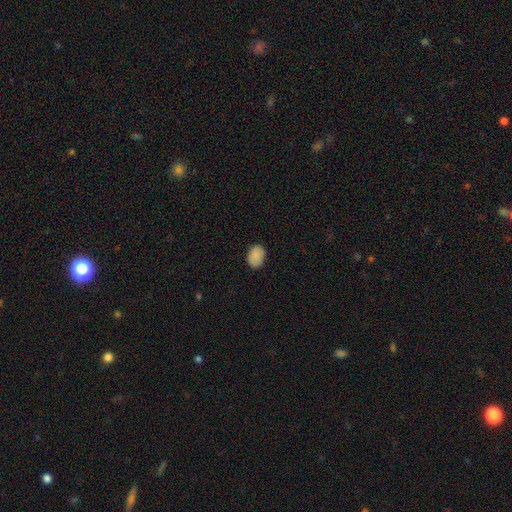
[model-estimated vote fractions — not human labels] Morphology: type=smooth (88%); roundness=in between (71%); merging=none (86%).